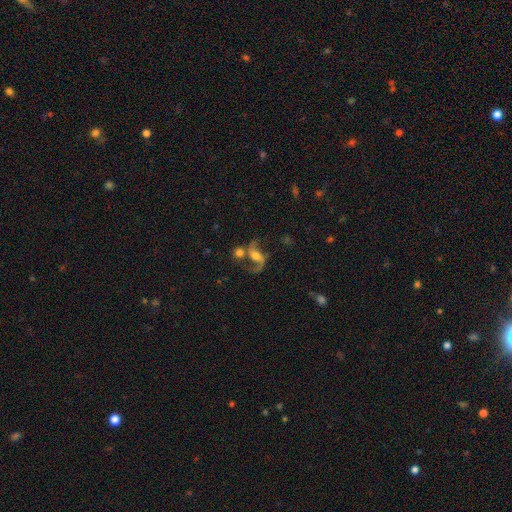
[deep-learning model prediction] Smooth or featured? featured or disk (77%)
Edge-on disk? no (96%)
Bar? no (42%)
Spiral arms? yes (92%)
Spiral winding? loose (70%)
Spiral arm count? 2 (81%)
Bulge size? moderate (52%)
Merging? none (38%)